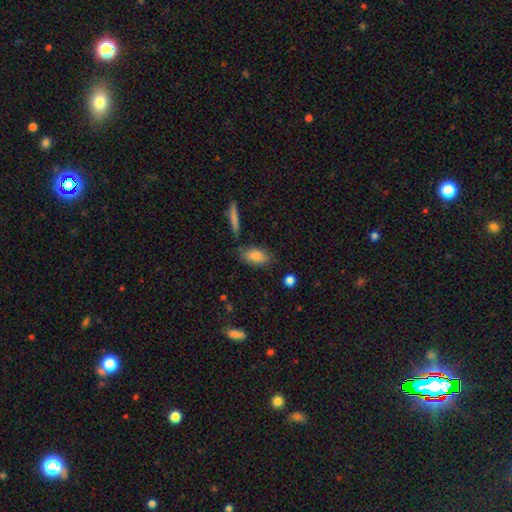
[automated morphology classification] smooth 83%, featured or disk 10%, star or artifact 7%. Down the decision tree: how rounded — in between (86%); merging — none (75%).